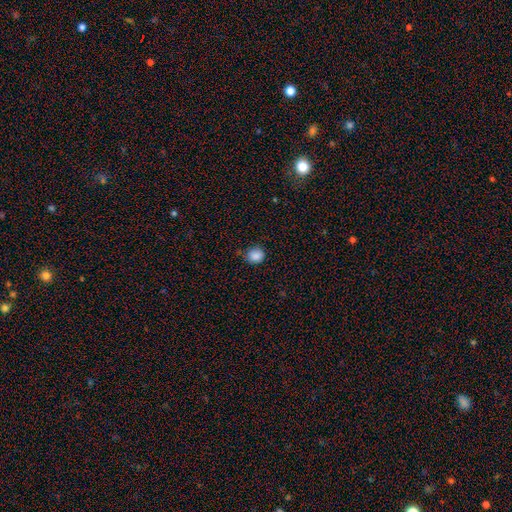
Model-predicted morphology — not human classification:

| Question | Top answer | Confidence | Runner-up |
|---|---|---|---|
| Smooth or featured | smooth | 86% | star or artifact (10%) |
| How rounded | round | 81% | in between (18%) |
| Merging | none | 74% | minor disturbance (20%) |